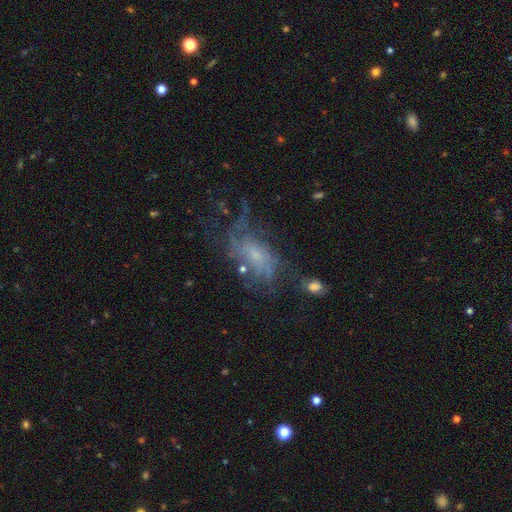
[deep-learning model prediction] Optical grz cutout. It shows a featured or disk galaxy (66%) with no bar (69%), spiral arms (68%) and a small central bulge (51%). Merging: none (45%).